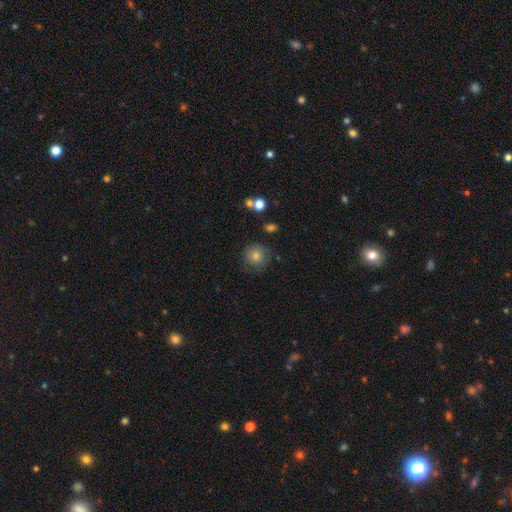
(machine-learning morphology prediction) Smooth or featured? Predicted: smooth (p=0.76). How rounded? Predicted: round (p=0.92). Merging? Predicted: none (p=0.77).